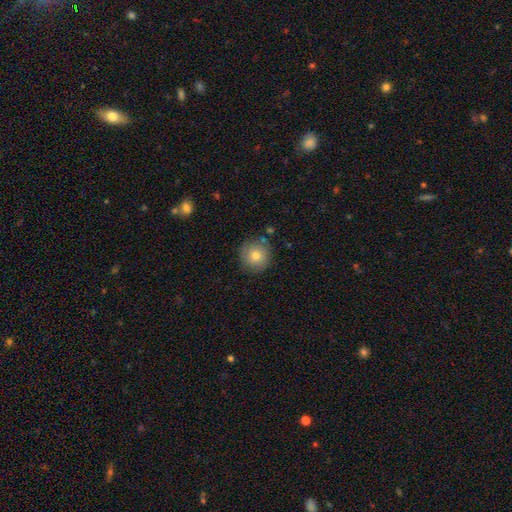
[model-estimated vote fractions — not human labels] smooth 78%, featured or disk 12%, star or artifact 9%. Down the decision tree: how rounded — round (94%); merging — none (83%).